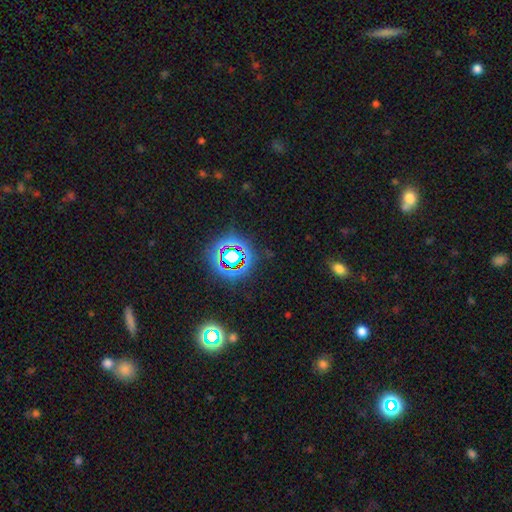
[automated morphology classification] star or artifact 74%, smooth 15%, featured or disk 10%.